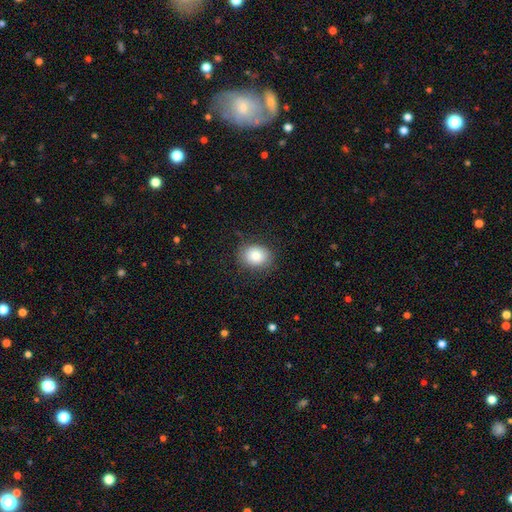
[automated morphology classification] smooth_or_featured: smooth (p=0.82) [alt: featured or disk p=0.10]
how_rounded: round (p=0.53) [alt: in between p=0.46]
merging: none (p=0.82) [alt: minor disturbance p=0.13]